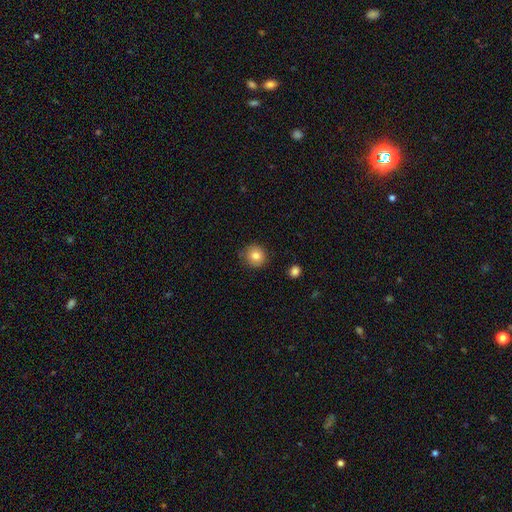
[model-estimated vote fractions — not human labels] smooth 82%, star or artifact 10%, featured or disk 8%. Down the decision tree: how rounded — round (92%); merging — none (84%).